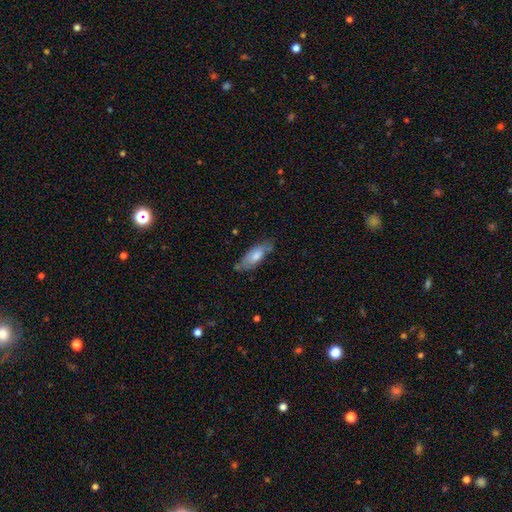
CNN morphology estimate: The model was most divided on "smooth or featured": smooth: 58%, featured or disk: 35%, star or artifact: 7%. More confident: merging — none (72%); how rounded — in between (63%).